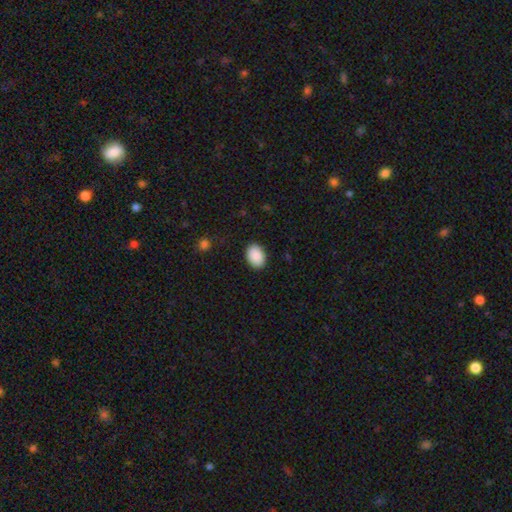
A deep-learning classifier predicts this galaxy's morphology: A smooth galaxy with no disk features (90%) that is in between round and cigar-shaped (81%).

Vote fractions:
- Smooth or featured? smooth: 90% / star or artifact: 7% / featured or disk: 3%
- How rounded? in between: 81% / round: 18% / cigar-shaped: 1%
- Merging? none: 89% / minor disturbance: 8% / major disturbance: 2% / merger: 1%